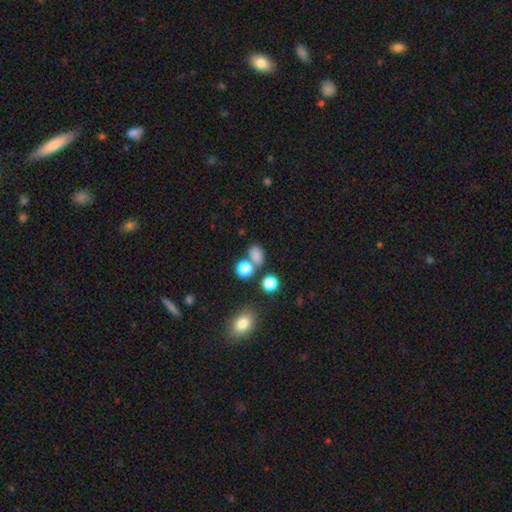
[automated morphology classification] smooth_or_featured: smooth (p=0.78) [alt: star or artifact p=0.16]
how_rounded: in between (p=0.61) [alt: round p=0.37]
merging: none (p=0.60) [alt: merger p=0.22]